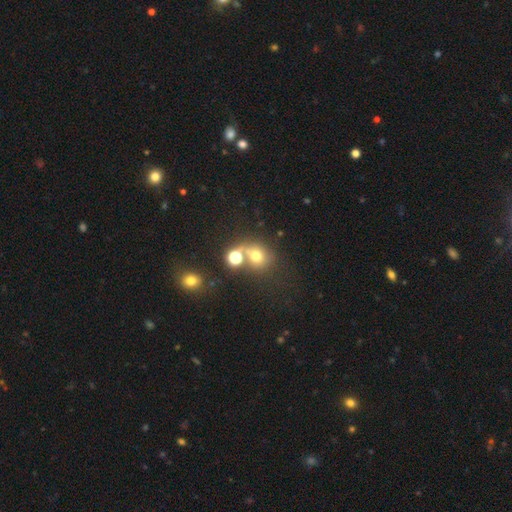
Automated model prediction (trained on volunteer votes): A smooth galaxy with no disk features (66%) that is round (75%). Merging: none (48%).